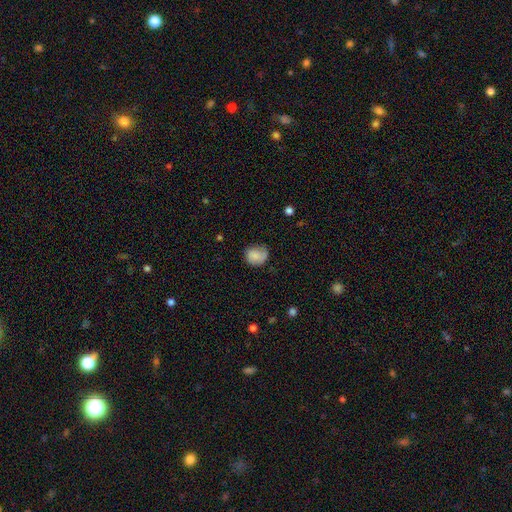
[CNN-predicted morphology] type=smooth (79%); roundness=round (63%); merging=none (52%).